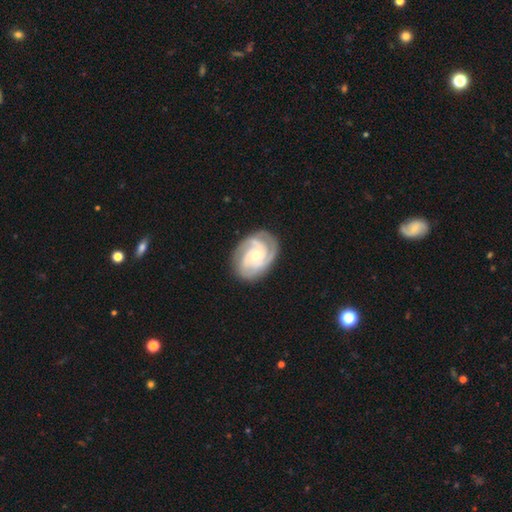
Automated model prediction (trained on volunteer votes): Smooth or featured? Predicted: featured or disk (p=0.88). Edge-on disk? Predicted: no (p=0.98). Bar? Predicted: no (p=0.66). Spiral arms? Predicted: yes (p=0.98). Spiral winding? Predicted: tight (p=0.66). Spiral arm count? Predicted: 3 (p=0.50). Bulge size? Predicted: moderate (p=0.51). Merging? Predicted: none (p=0.79).